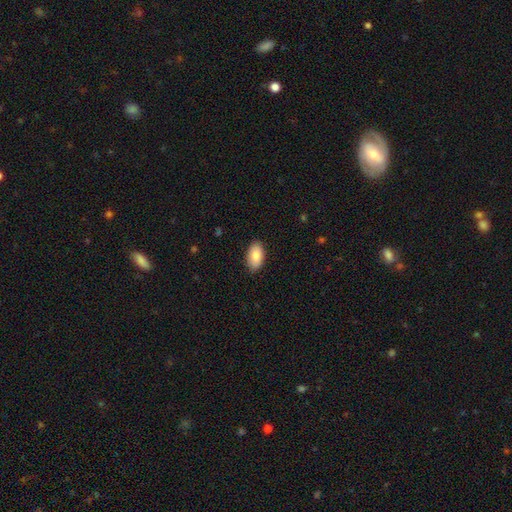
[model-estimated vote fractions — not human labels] Smooth or featured? smooth (84%)
How rounded? in between (94%)
Merging? none (88%)